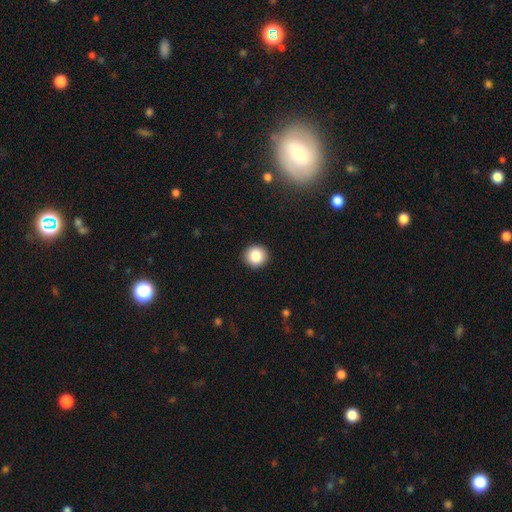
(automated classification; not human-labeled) This appears to be a smooth galaxy with no disk features (86%) that is round (93%). Merging: none (92%).